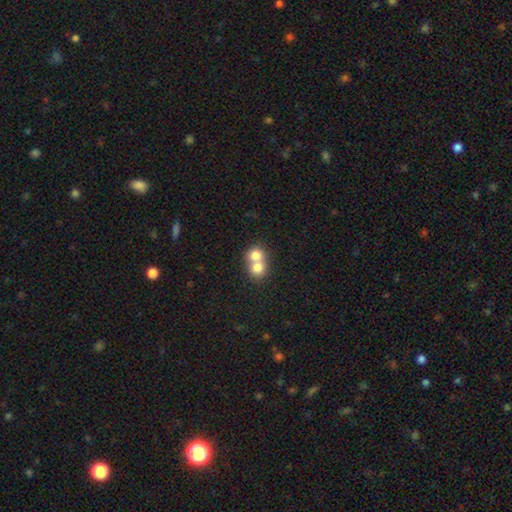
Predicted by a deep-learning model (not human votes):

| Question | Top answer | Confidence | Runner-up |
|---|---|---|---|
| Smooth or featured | smooth | 74% | featured or disk (17%) |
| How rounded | round | 72% | in between (27%) |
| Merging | merger | 72% | none (22%) |